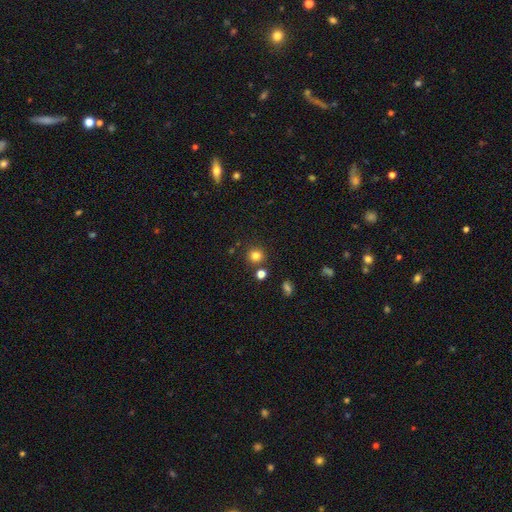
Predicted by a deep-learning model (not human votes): Smooth or featured: smooth — 79% (star or artifact — 15%)
How rounded: round — 92% (in between — 7%)
Merging: none — 83% (minor disturbance — 8%)